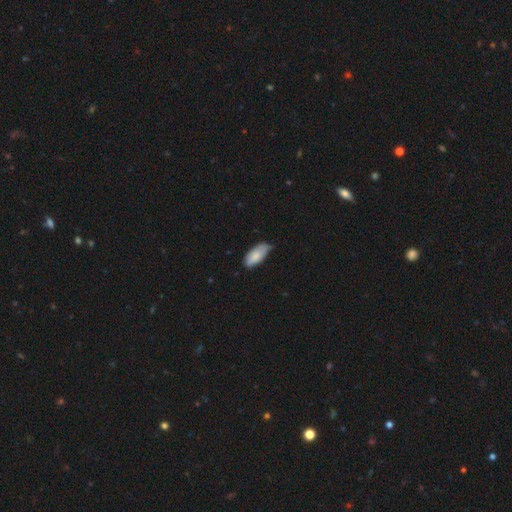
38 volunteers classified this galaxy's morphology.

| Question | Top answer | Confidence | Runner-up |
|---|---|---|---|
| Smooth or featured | smooth | 92% | star or artifact (5%) |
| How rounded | in between | 89% | cigar-shaped (11%) |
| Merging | minor disturbance | 47% | none (44%) |